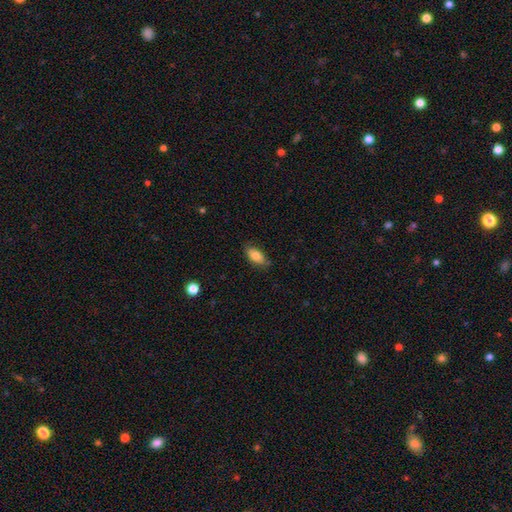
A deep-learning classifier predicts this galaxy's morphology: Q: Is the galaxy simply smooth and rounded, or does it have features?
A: smooth — 80%.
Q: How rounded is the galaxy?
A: in between — 89%.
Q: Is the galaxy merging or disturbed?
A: none — 77%.